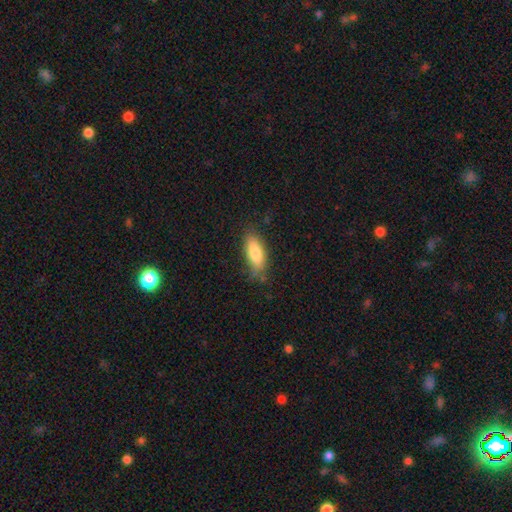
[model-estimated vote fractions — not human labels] Morphology: type=smooth (77%); roundness=in between (70%); merging=none (74%).